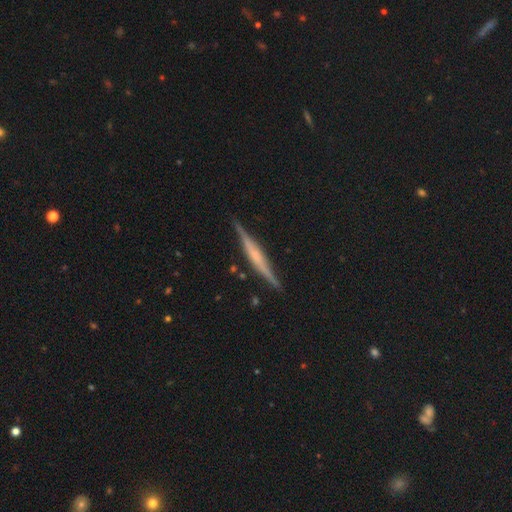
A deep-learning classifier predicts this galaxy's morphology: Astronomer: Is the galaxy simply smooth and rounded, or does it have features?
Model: featured or disk — 70%.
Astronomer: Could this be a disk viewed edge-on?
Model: yes — 98%.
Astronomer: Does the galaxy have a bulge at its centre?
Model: none — 41% (runner-up: rounded, 33%).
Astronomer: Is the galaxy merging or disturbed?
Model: none — 88%.